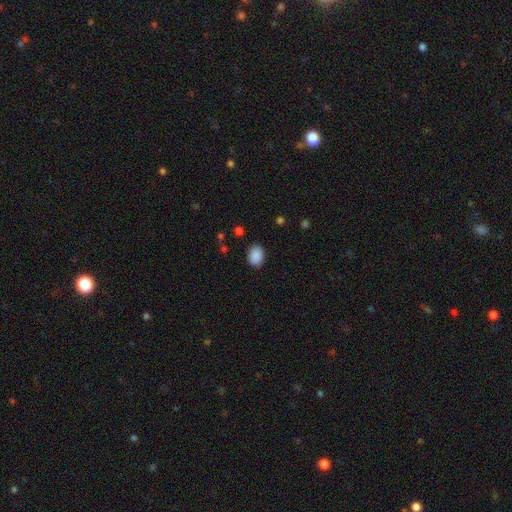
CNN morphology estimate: This appears to be a smooth galaxy with no disk features (89%) that is in between round and cigar-shaped (65%). Merging: none (86%).